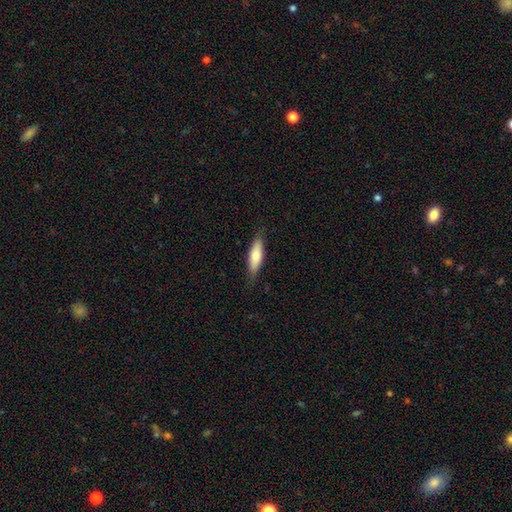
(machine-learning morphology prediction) Smooth or featured? Predicted: smooth (p=0.75). How rounded? Predicted: cigar-shaped (p=0.53). Merging? Predicted: none (p=0.83).